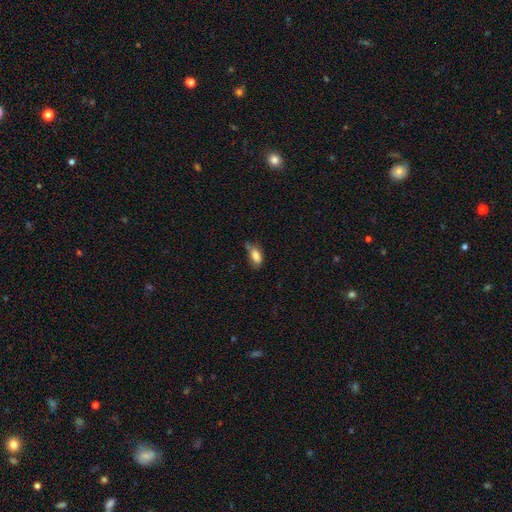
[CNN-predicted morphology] The model was most divided on "merging": none: 50%, minor disturbance: 32%, merger: 9%, major disturbance: 8%. More confident: how rounded — in between (88%); smooth or featured — smooth (83%).